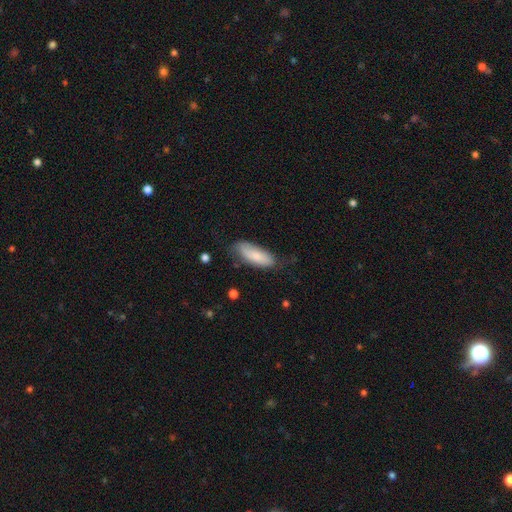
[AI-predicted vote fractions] Morphology: type=smooth (79%); roundness=in between (75%); merging=none (59%).